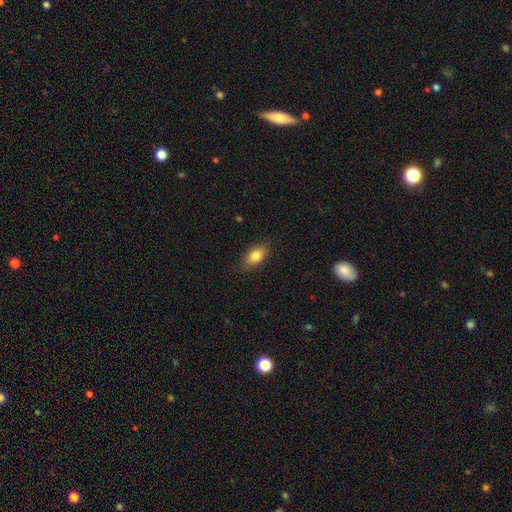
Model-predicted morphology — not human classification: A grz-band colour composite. It shows a smooth galaxy with no disk features (80%) that is in between round and cigar-shaped (85%). Merging: none (82%).